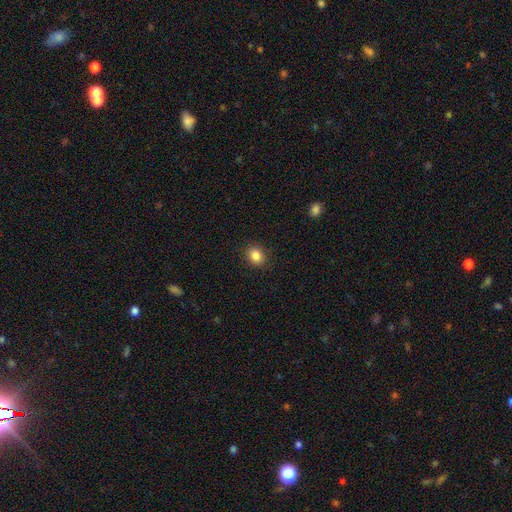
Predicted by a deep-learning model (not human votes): Smooth or featured? smooth (85%)
How rounded? round (58%)
Merging? none (89%)